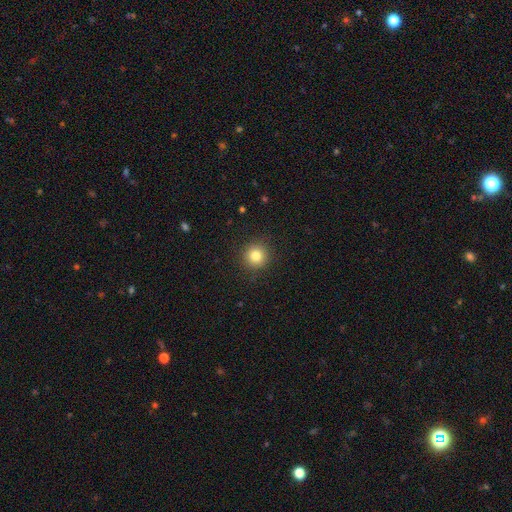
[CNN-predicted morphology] This is clearly a smooth galaxy (82%). How rounded: clearly round (94%). Merging: clearly none (91%).